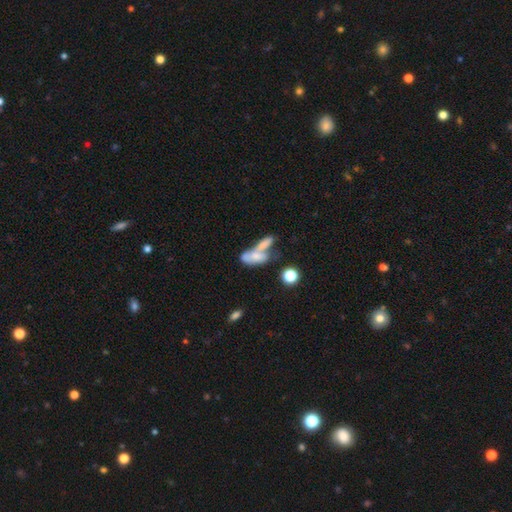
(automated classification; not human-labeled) The model was most divided on "smooth or featured": smooth: 58%, featured or disk: 32%, star or artifact: 10%. More confident: how rounded — in between (74%); merging — merger (62%).